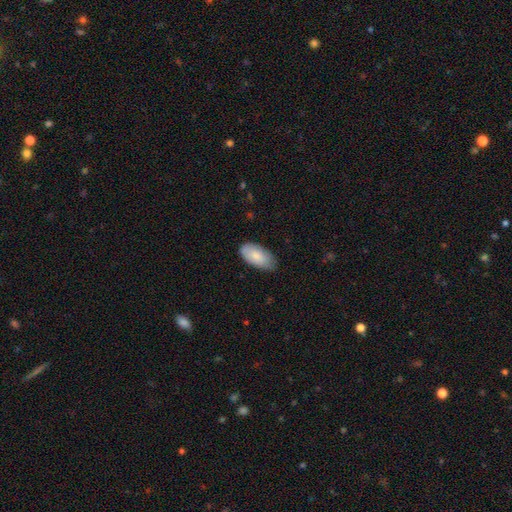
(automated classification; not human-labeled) smooth-or-featured: smooth: 82% | featured or disk: 13% | star or artifact: 6%
  how-rounded: in between: 95% | cigar-shaped: 3% | round: 2%
  merging: none: 75% | minor disturbance: 21% | major disturbance: 3% | merger: 1%